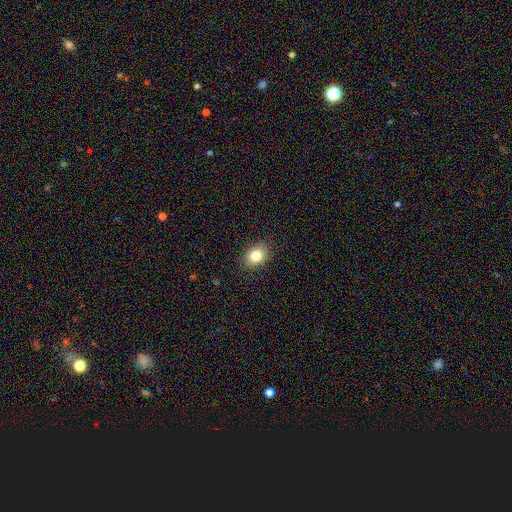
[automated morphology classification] type=smooth (82%); roundness=in between (63%); merging=none (87%).